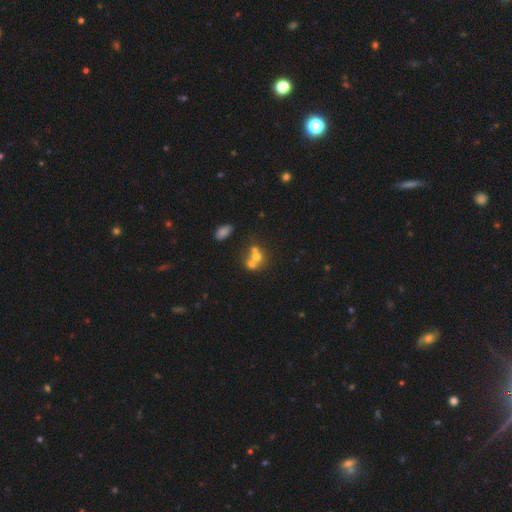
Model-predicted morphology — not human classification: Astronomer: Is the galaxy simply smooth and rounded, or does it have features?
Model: smooth — 59%.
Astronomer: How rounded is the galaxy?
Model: round — 69%.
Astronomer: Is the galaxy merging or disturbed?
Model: merger — 62%.